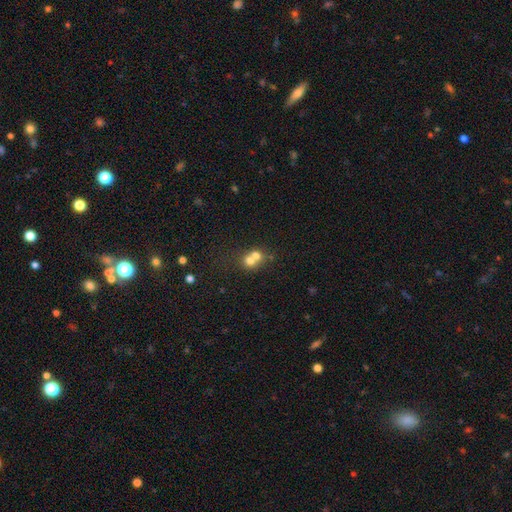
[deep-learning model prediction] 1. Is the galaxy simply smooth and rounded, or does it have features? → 67% smooth, 20% featured or disk, 13% star or artifact.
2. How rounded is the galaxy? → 77% round, 22% in between, 1% cigar-shaped.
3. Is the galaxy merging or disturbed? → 65% merger, 27% none, 5% minor disturbance, 3% major disturbance.